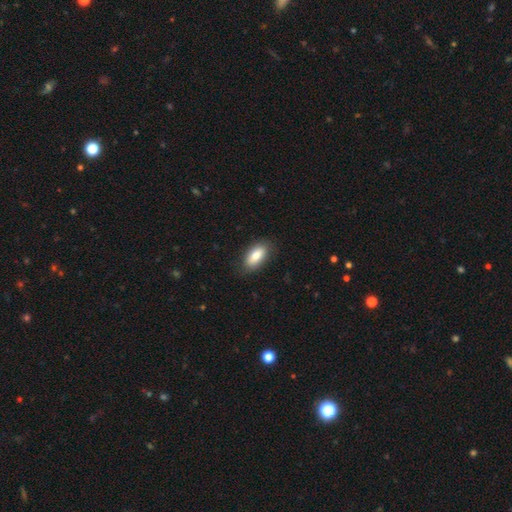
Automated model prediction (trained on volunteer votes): Q: Smooth or featured?
A: smooth (80%); runner-up: featured or disk (13%)
Q: How rounded?
A: in between (91%); runner-up: cigar-shaped (6%)
Q: Merging?
A: none (84%); runner-up: minor disturbance (12%)